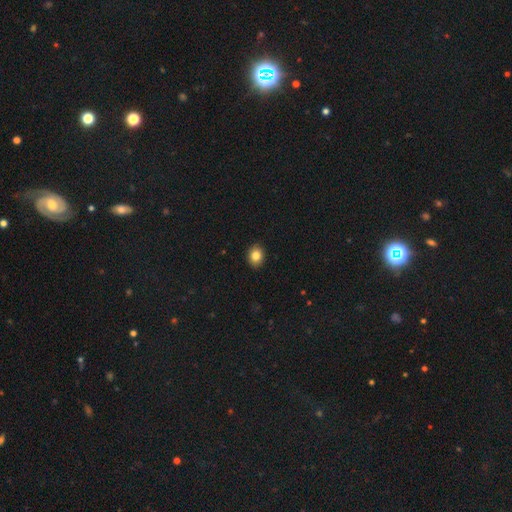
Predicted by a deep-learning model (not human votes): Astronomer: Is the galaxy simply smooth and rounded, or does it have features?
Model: smooth — 84%.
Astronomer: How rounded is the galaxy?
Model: round — 53% (runner-up: in between, 46%).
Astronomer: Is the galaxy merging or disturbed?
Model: none — 91%.